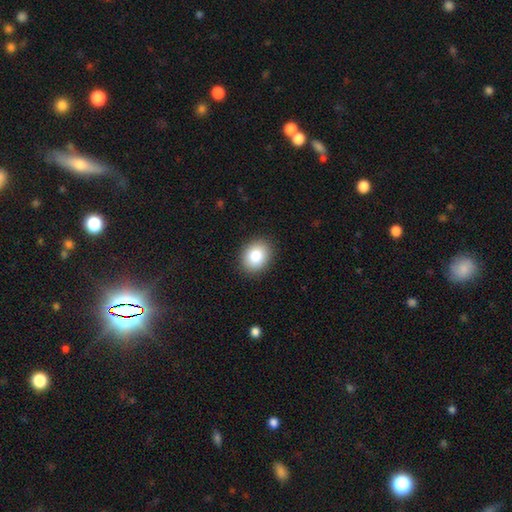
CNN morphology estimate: Smooth or featured? smooth (84%)
How rounded? round (51%)
Merging? none (90%)